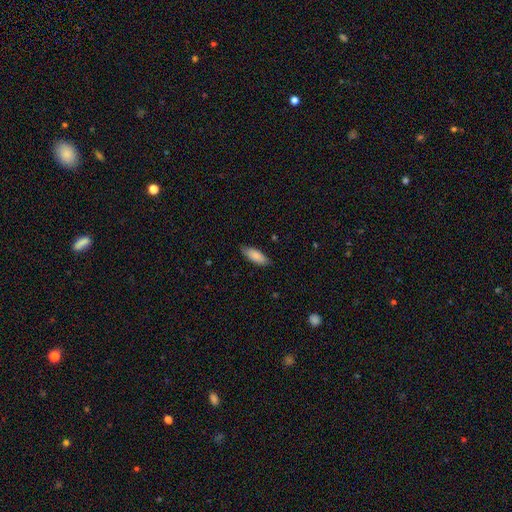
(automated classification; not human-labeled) Smooth or featured?
  - smooth: 85% *
  - featured or disk: 9%
  - star or artifact: 6%
How rounded?
  - in between: 75% *
  - cigar-shaped: 23%
  - round: 2%
Merging?
  - none: 82% *
  - minor disturbance: 15%
  - major disturbance: 2%
  - merger: 1%